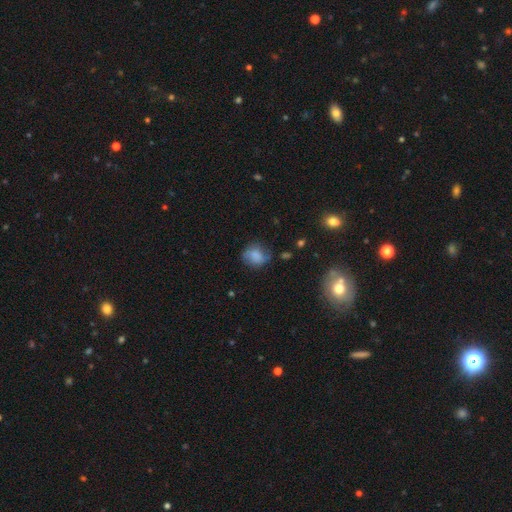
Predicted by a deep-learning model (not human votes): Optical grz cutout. It shows a smooth galaxy with no disk features (76%) that is round (64%). Merging: none (59%).